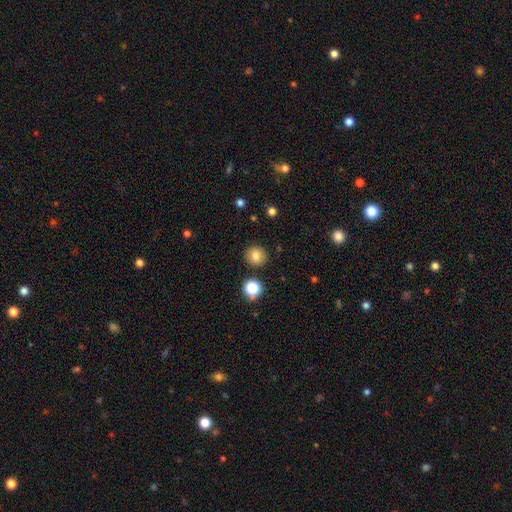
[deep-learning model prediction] Smooth or featured: smooth — 81% (star or artifact — 11%)
How rounded: round — 92% (in between — 7%)
Merging: none — 90% (minor disturbance — 6%)